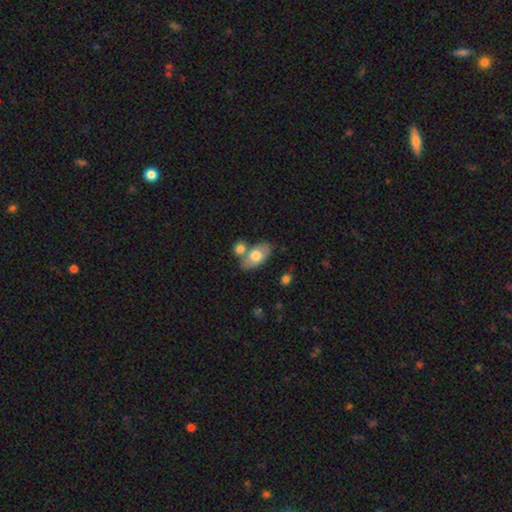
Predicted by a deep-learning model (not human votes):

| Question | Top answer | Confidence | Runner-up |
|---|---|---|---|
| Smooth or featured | smooth | 69% | featured or disk (25%) |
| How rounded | in between | 91% | round (7%) |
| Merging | none | 55% | merger (27%) |